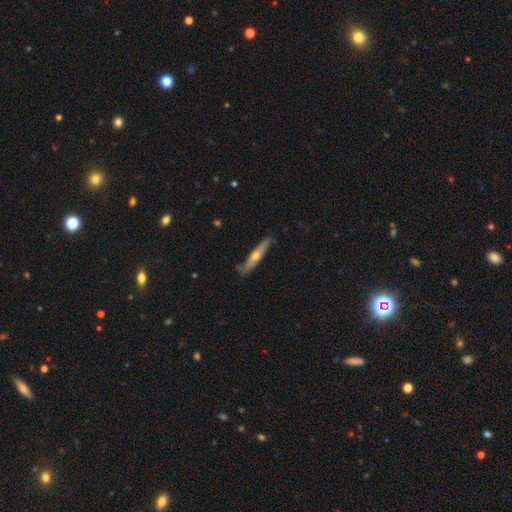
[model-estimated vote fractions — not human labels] smooth_or_featured: featured or disk (p=0.56) [alt: smooth p=0.39]
disk_edge_on: yes (p=0.89) [alt: no p=0.11]
merging: none (p=0.82) [alt: minor disturbance p=0.14]